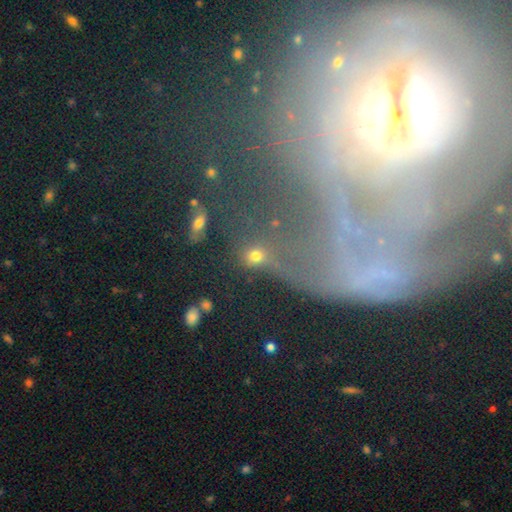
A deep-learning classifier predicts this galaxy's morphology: smooth-or-featured: smooth: 61% | star or artifact: 28% | featured or disk: 11%
  how-rounded: round: 69% | in between: 26% | cigar-shaped: 5%
  merging: none: 63% | minor disturbance: 14% | merger: 13% | major disturbance: 10%